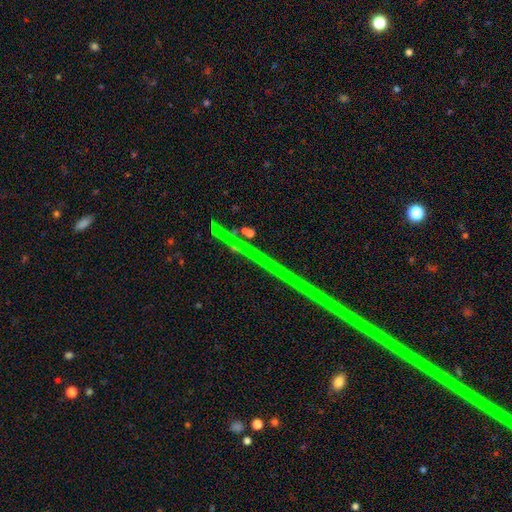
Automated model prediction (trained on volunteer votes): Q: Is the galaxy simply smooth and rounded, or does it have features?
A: star or artifact — 87%.